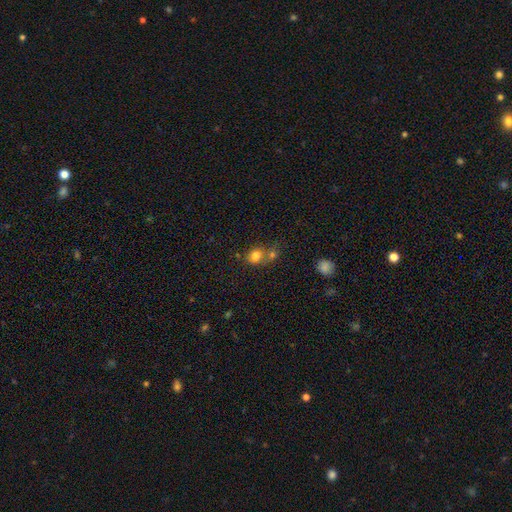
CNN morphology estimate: smooth_or_featured: smooth (p=0.77) [alt: star or artifact p=0.13]
how_rounded: round (p=0.56) [alt: in between p=0.43]
merging: merger (p=0.50) [alt: none p=0.35]